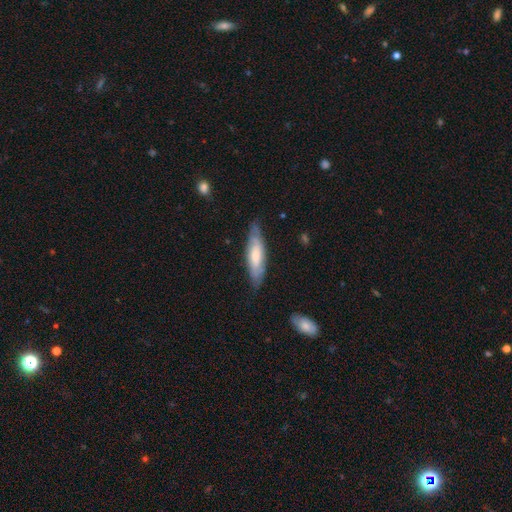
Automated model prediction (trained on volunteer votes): Smooth or featured: smooth — 49% (featured or disk — 45%)
Merging: none — 73% (minor disturbance — 21%)